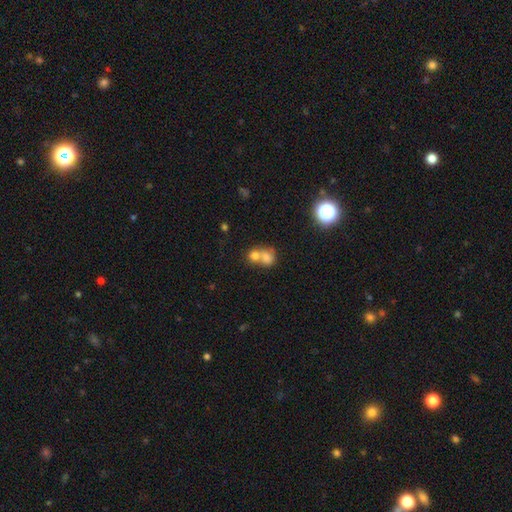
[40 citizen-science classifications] Smooth or featured? smooth (85%)
How rounded? round (85%)
Merging? merger (72%)